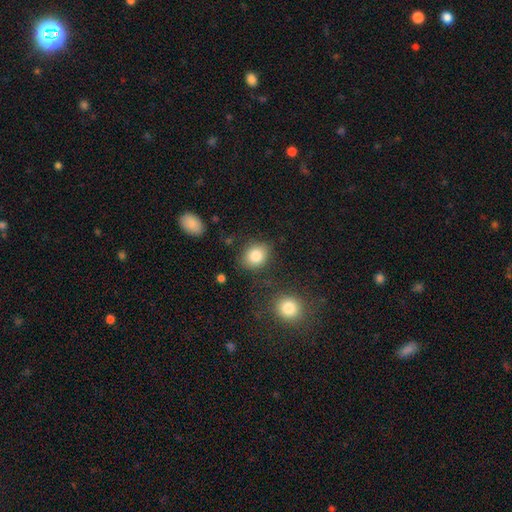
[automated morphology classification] smooth 85%, star or artifact 9%, featured or disk 7%. Down the decision tree: how rounded — round (54%); merging — none (78%).